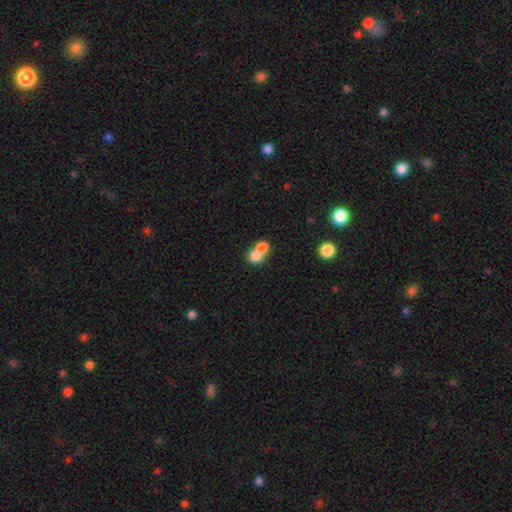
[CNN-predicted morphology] Q: Smooth or featured?
A: smooth (76%); runner-up: featured or disk (14%)
Q: How rounded?
A: round (73%); runner-up: in between (26%)
Q: Merging?
A: merger (68%); runner-up: none (25%)